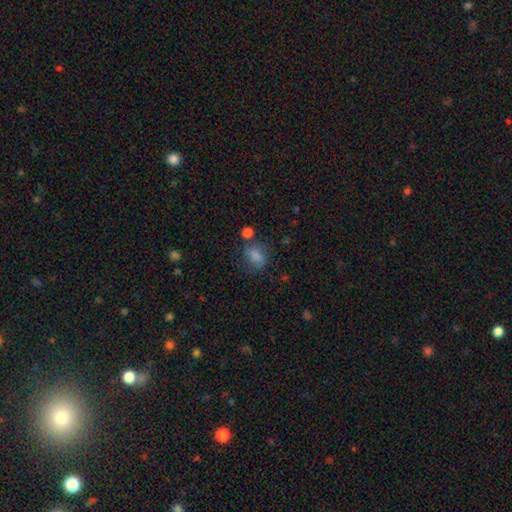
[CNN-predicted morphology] Smooth or featured?
  - smooth: 79% *
  - star or artifact: 12%
  - featured or disk: 10%
How rounded?
  - in between: 59% *
  - round: 39%
  - cigar-shaped: 1%
Merging?
  - none: 55% *
  - minor disturbance: 23%
  - major disturbance: 12%
  - merger: 10%